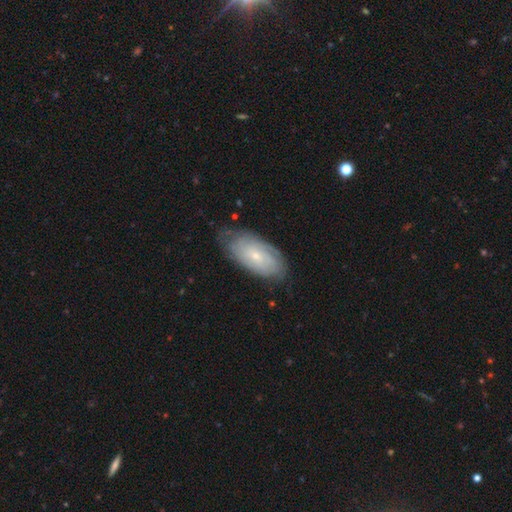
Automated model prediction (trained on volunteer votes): Smooth or featured? featured or disk (56%)
Edge-on disk? no (90%)
Bar? no (76%)
Spiral arms? yes (77%)
Bulge size? small (75%)
Merging? none (72%)